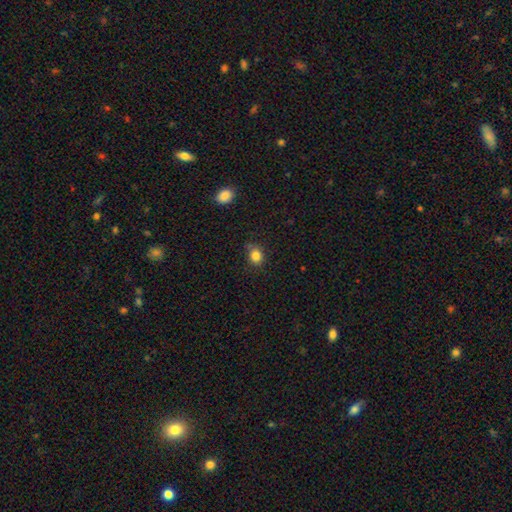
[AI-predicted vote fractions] Q: Smooth or featured?
A: smooth (84%); runner-up: star or artifact (11%)
Q: How rounded?
A: round (63%); runner-up: in between (36%)
Q: Merging?
A: none (73%); runner-up: minor disturbance (21%)